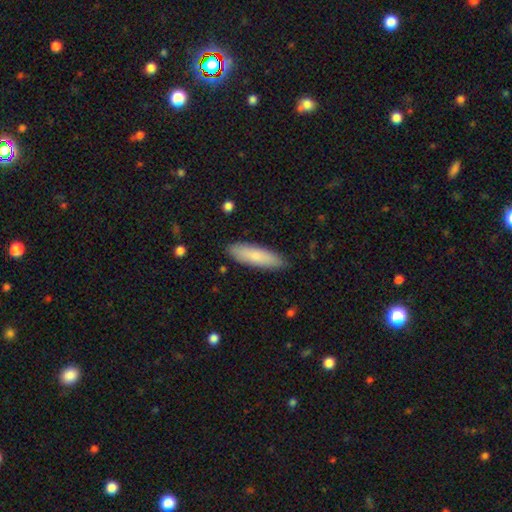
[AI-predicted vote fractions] Smooth or featured?
  - smooth: 79% *
  - featured or disk: 16%
  - star or artifact: 6%
How rounded?
  - cigar-shaped: 63% *
  - in between: 35%
  - round: 1%
Merging?
  - none: 87% *
  - minor disturbance: 10%
  - major disturbance: 2%
  - merger: 1%